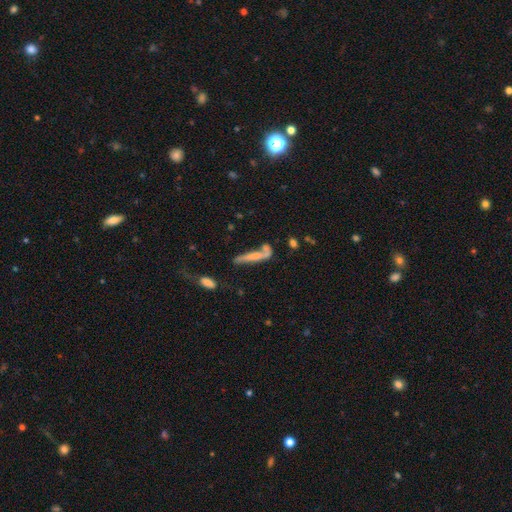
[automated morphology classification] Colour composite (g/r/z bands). It shows a smooth galaxy with no disk features (52%) that is cigar-shaped (82%). Merging: none (38%).